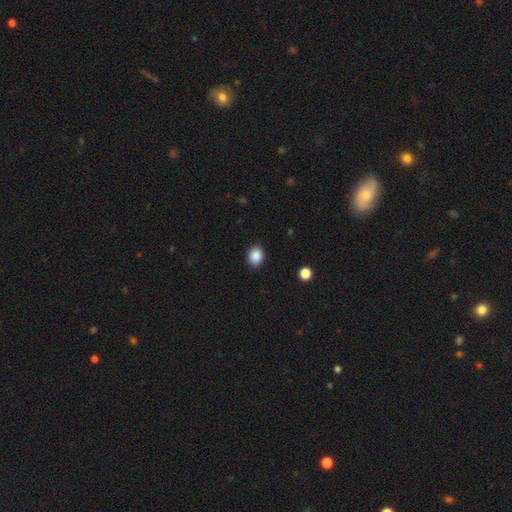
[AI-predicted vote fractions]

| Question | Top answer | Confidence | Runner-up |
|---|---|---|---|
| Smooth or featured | smooth | 88% | star or artifact (9%) |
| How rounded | round | 51% | in between (48%) |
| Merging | none | 90% | minor disturbance (7%) |